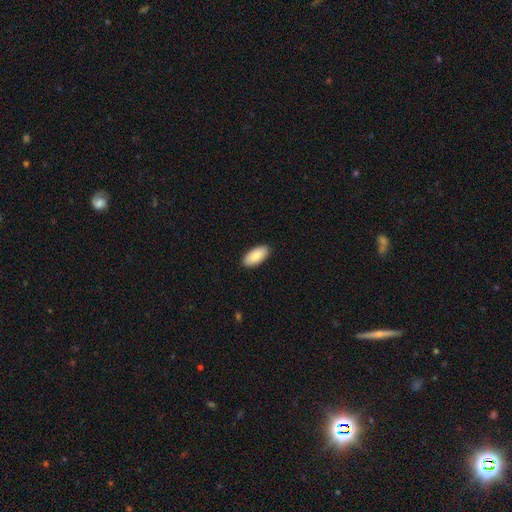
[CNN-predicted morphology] smooth 85%, featured or disk 9%, star or artifact 6%. Down the decision tree: how rounded — in between (93%); merging — none (90%).